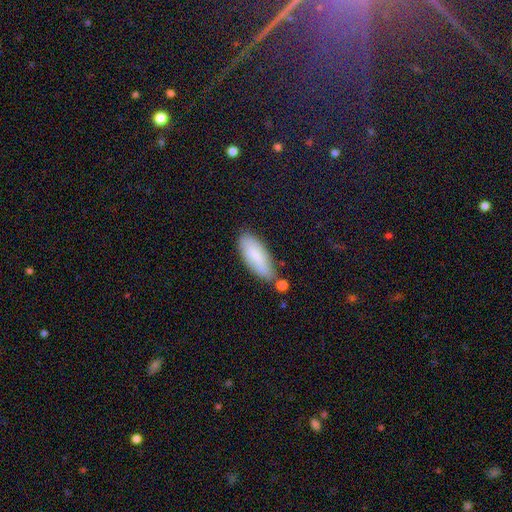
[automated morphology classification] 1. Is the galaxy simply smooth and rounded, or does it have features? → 74% smooth, 18% featured or disk, 7% star or artifact.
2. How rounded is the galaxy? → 72% in between, 26% cigar-shaped, 2% round.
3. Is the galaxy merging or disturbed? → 68% none, 20% minor disturbance, 8% merger, 4% major disturbance.